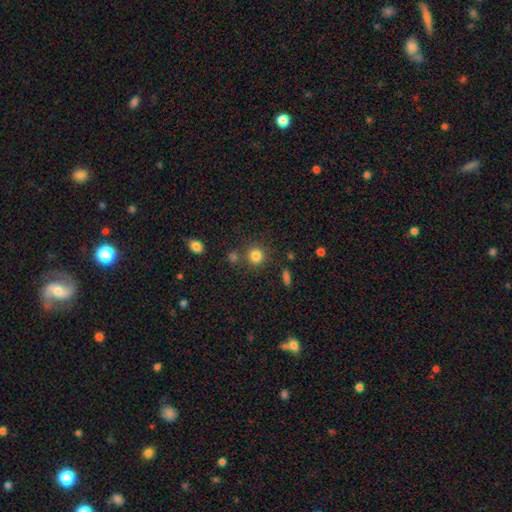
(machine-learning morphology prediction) Smooth or featured? Predicted: smooth (p=0.82). How rounded? Predicted: round (p=0.90). Merging? Predicted: none (p=0.77).